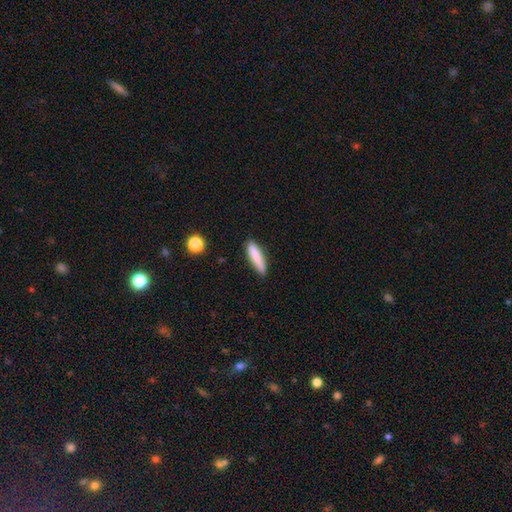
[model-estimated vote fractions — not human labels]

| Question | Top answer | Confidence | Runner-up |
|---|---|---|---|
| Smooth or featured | smooth | 81% | featured or disk (13%) |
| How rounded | cigar-shaped | 83% | in between (16%) |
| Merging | none | 82% | minor disturbance (14%) |